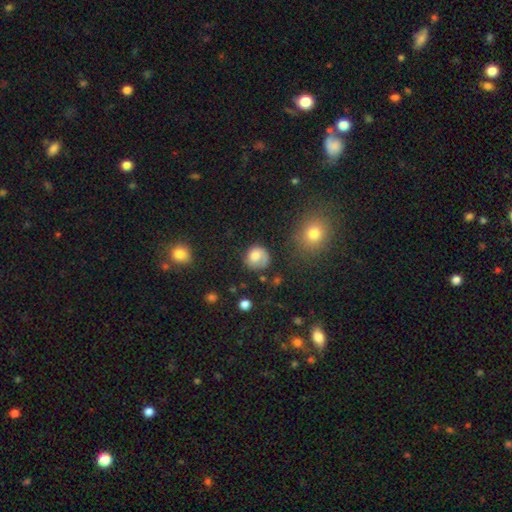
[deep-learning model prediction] Q: Smooth or featured?
A: smooth (71%); runner-up: featured or disk (20%)
Q: How rounded?
A: round (83%); runner-up: in between (16%)
Q: Merging?
A: none (60%); runner-up: minor disturbance (23%)